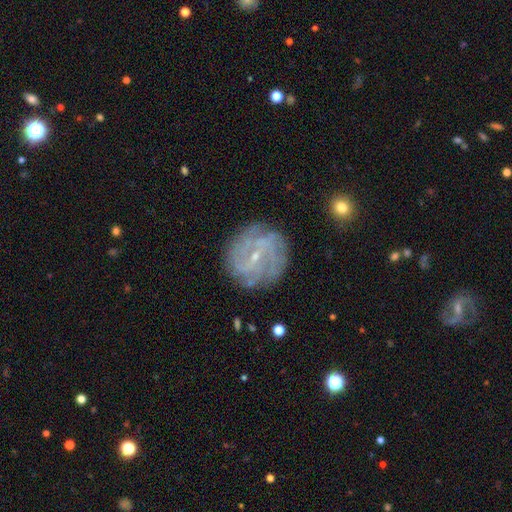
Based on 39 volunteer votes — smooth-or-featured: featured or disk: 92% | smooth: 5% | star or artifact: 3%
  disk-edge-on: no: 100% | yes: 0%
    bar: weak: 53% | no: 39% | strong: 8%
    has-spiral-arms: yes: 86% | no: 14%
      spiral-winding: tight: 61% | medium: 39% | loose: 0%
      spiral-arm-count: can't tell: 29% | 2: 23% | 3: 16% | 4: 16% | more than 4: 16% | 1: 0%
    bulge-size: small: 83% | moderate: 14% | large: 3% | dominant: 0% | none: 0%
  merging: none: 95% | minor disturbance: 5% | major disturbance: 0% | merger: 0%